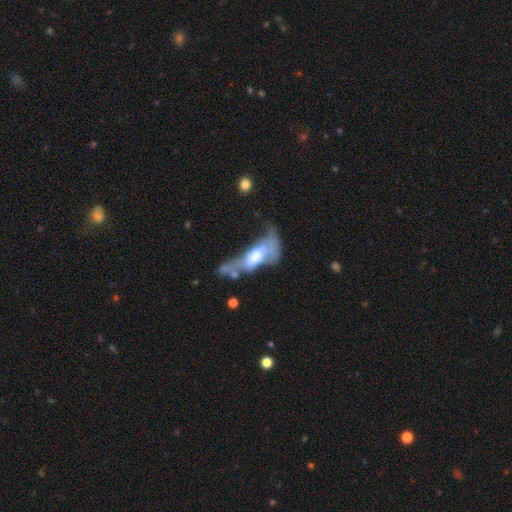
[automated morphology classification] Smooth or featured: featured or disk — 57% (smooth — 33%)
Edge-on disk: no — 74% (yes — 26%)
Merging: major disturbance — 45% (merger — 23%)